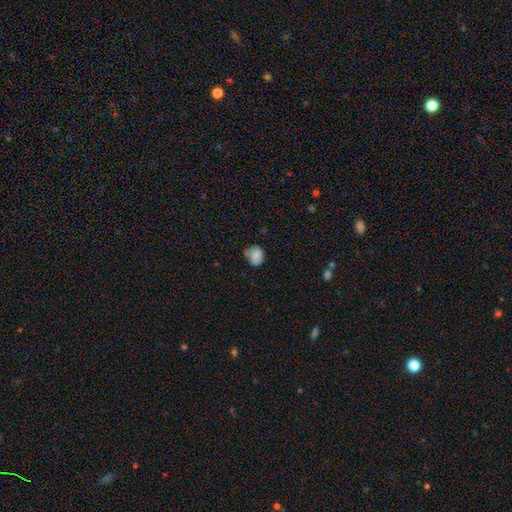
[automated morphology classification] type=smooth (82%); roundness=round (61%); merging=none (53%).